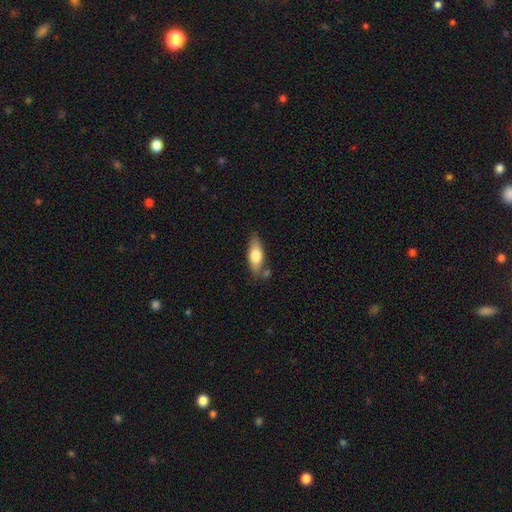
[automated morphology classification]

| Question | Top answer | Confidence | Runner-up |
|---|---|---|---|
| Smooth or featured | smooth | 70% | featured or disk (24%) |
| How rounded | in between | 67% | cigar-shaped (30%) |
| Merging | none | 72% | minor disturbance (17%) |